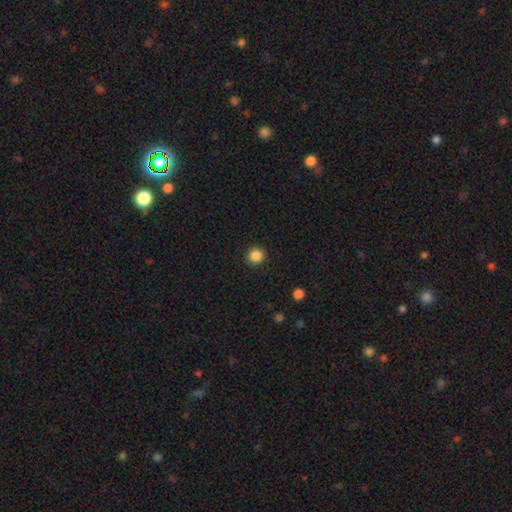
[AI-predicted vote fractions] Overall: smooth (87%). How rounded: round (93%). Merging: none (92%).